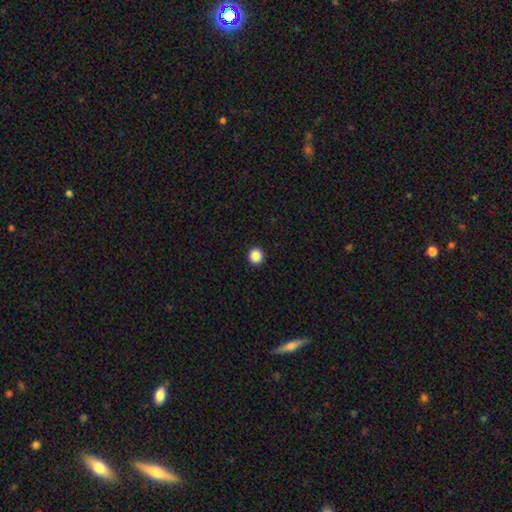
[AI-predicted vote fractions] Smooth or featured? smooth (87%)
How rounded? round (92%)
Merging? none (94%)